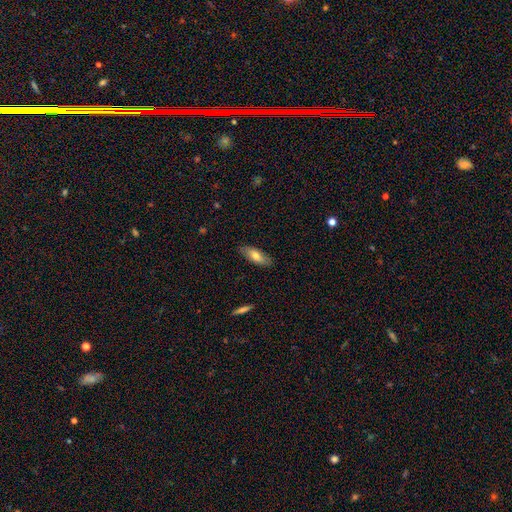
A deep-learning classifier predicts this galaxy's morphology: smooth_or_featured: smooth (p=0.68) [alt: featured or disk p=0.25]
how_rounded: in between (p=0.71) [alt: cigar-shaped p=0.26]
merging: none (p=0.84) [alt: minor disturbance p=0.12]